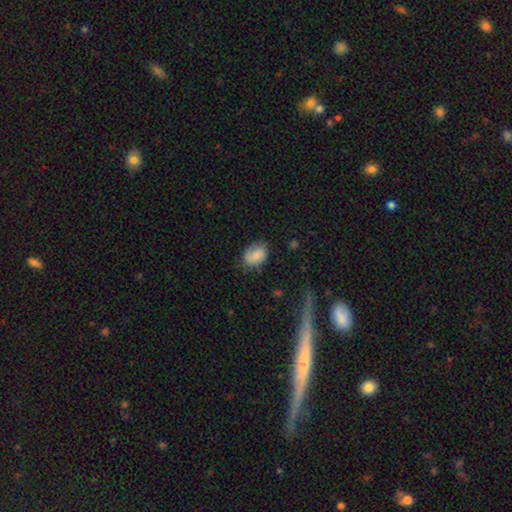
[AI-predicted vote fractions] Q: Smooth or featured?
A: smooth (67%); runner-up: featured or disk (24%)
Q: How rounded?
A: in between (73%); runner-up: round (26%)
Q: Merging?
A: none (62%); runner-up: minor disturbance (26%)